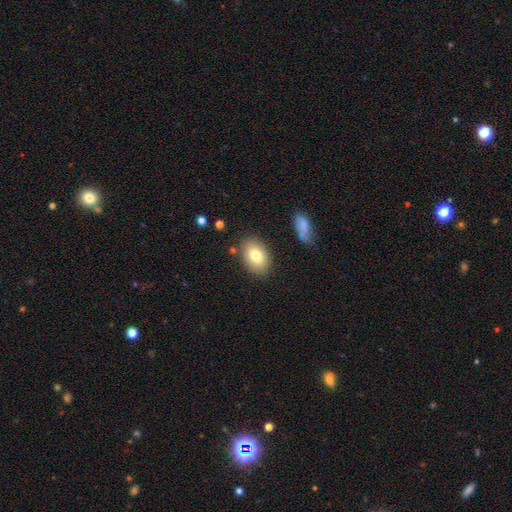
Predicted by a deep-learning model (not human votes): smooth 78%, featured or disk 14%, star or artifact 8%. Down the decision tree: how rounded — in between (85%); merging — none (83%).